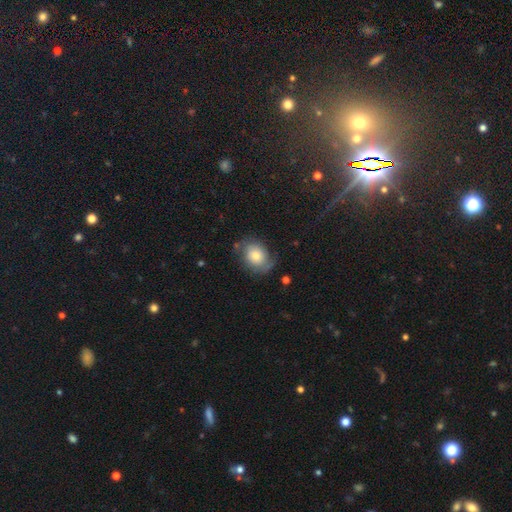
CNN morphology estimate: type=smooth (58%); roundness=in between (60%); merging=none (62%).